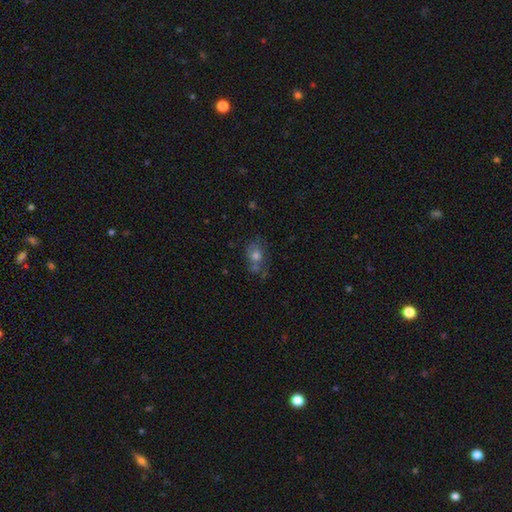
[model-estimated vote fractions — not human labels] Overall: smooth (59%; featured or disk 23%). How rounded: round (51%; in between 47%). Merging: none (48%; merger 21%).